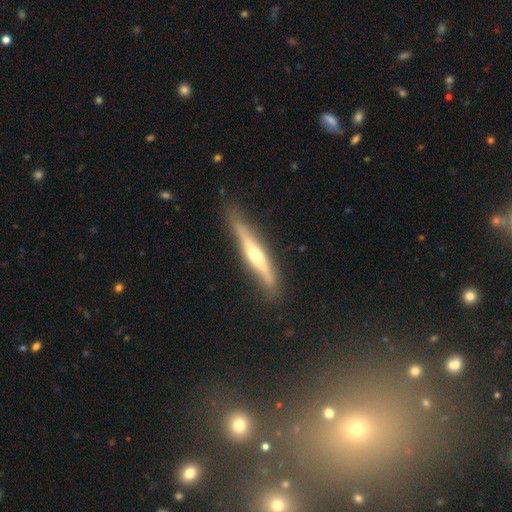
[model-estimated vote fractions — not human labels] smooth_or_featured: featured or disk (p=0.67) [alt: smooth p=0.27]
disk_edge_on: yes (p=0.95) [alt: no p=0.05]
edge_on_bulge: rounded (p=0.85) [alt: none p=0.09]
merging: none (p=0.80) [alt: minor disturbance p=0.15]